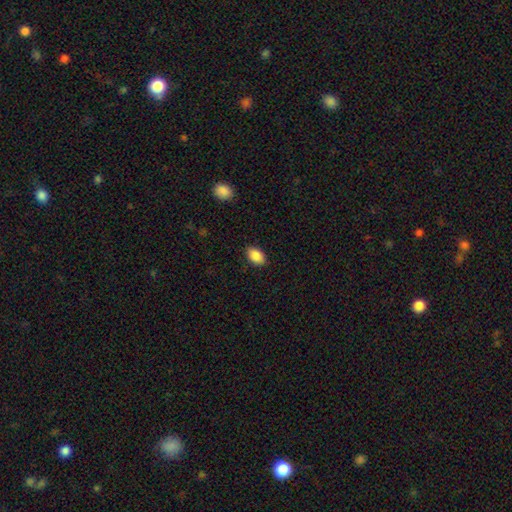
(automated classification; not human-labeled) This is clearly a smooth galaxy (88%). How rounded: clearly in between (90%). Merging: clearly none (88%).